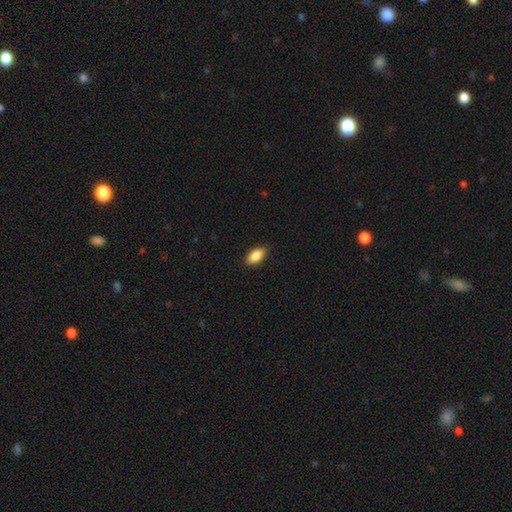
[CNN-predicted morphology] smooth 88%, star or artifact 7%, featured or disk 5%. Down the decision tree: how rounded — in between (92%); merging — none (87%).